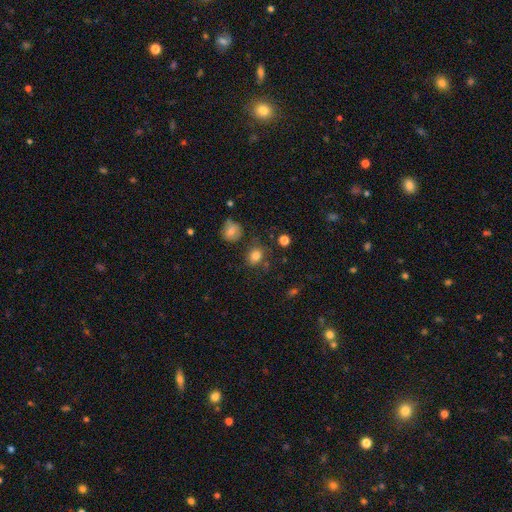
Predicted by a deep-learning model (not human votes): Smooth or featured: smooth — 81% (star or artifact — 12%)
How rounded: round — 59% (in between — 40%)
Merging: none — 74% (minor disturbance — 16%)